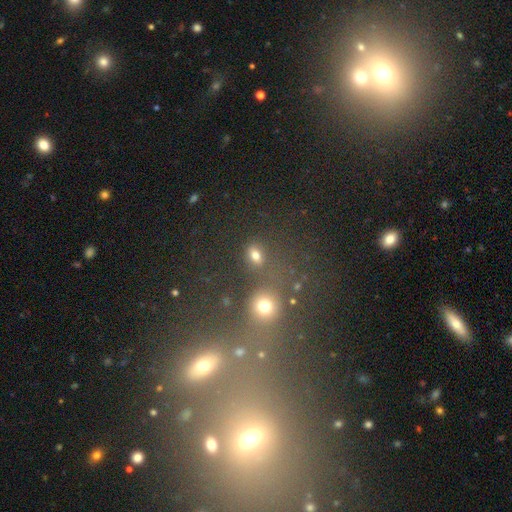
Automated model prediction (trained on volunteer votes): smooth-or-featured: smooth: 73% | star or artifact: 19% | featured or disk: 8%
  how-rounded: in between: 58% | round: 39% | cigar-shaped: 2%
  merging: none: 70% | merger: 14% | minor disturbance: 11% | major disturbance: 6%